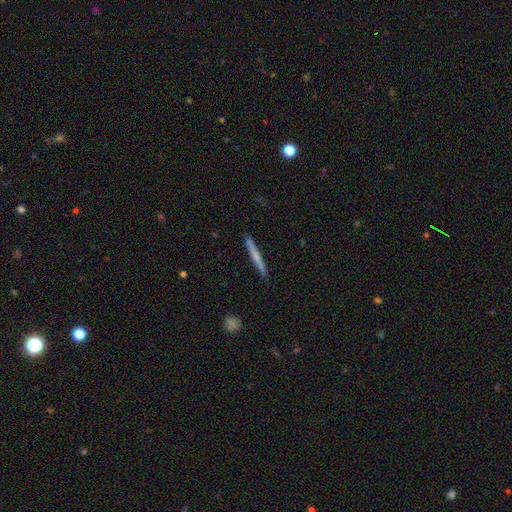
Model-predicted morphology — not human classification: Smooth or featured? Predicted: smooth (p=0.49). Merging? Predicted: none (p=0.90).